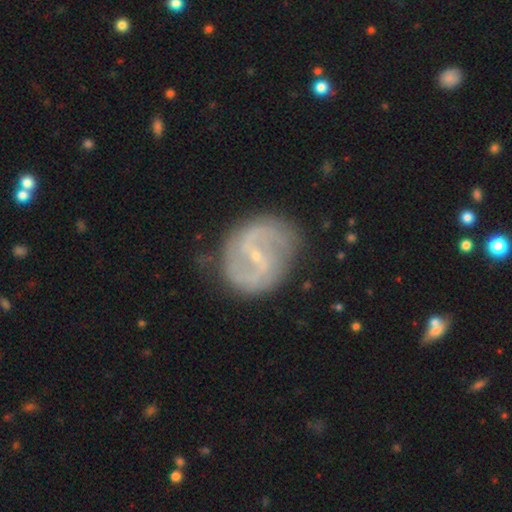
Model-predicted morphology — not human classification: Smooth or featured? featured or disk (85%)
Edge-on disk? no (98%)
Bar? weak (52%)
Spiral arms? yes (93%)
Spiral winding? medium (48%)
Spiral arm count? 2 (89%)
Bulge size? small (82%)
Merging? none (78%)